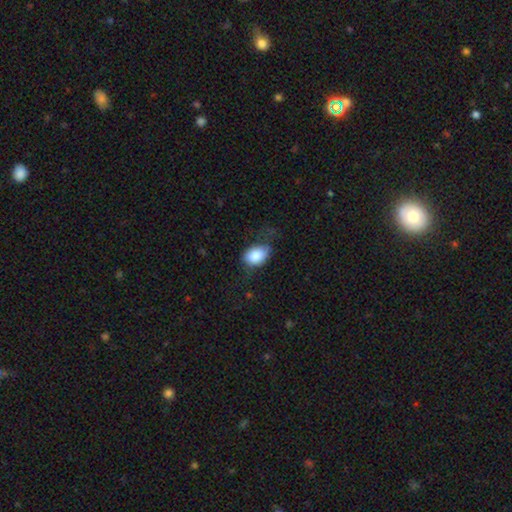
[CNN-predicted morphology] Smooth or featured?
  - smooth: 84% *
  - featured or disk: 9%
  - star or artifact: 7%
How rounded?
  - in between: 85% *
  - round: 14%
  - cigar-shaped: 1%
Merging?
  - none: 54% *
  - minor disturbance: 29%
  - major disturbance: 15%
  - merger: 2%